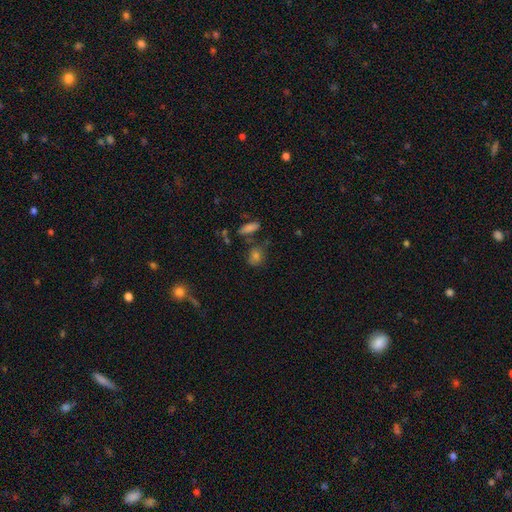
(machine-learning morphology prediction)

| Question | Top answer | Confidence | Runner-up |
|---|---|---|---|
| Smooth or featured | smooth | 70% | star or artifact (17%) |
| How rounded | round | 60% | in between (37%) |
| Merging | none | 69% | minor disturbance (16%) |